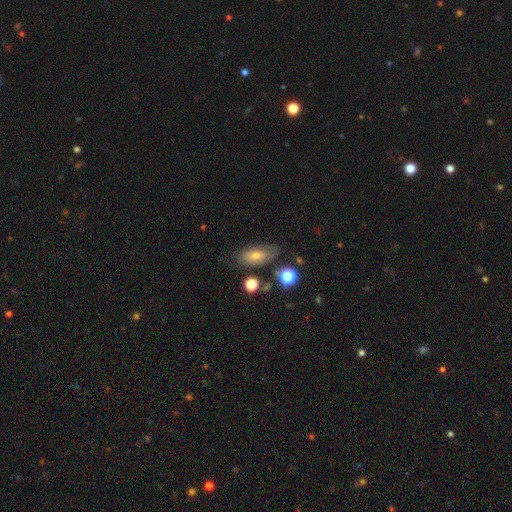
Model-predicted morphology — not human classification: Q: Smooth or featured?
A: smooth (56%); runner-up: featured or disk (32%)
Q: How rounded?
A: in between (85%); runner-up: cigar-shaped (8%)
Q: Merging?
A: none (70%); runner-up: minor disturbance (20%)